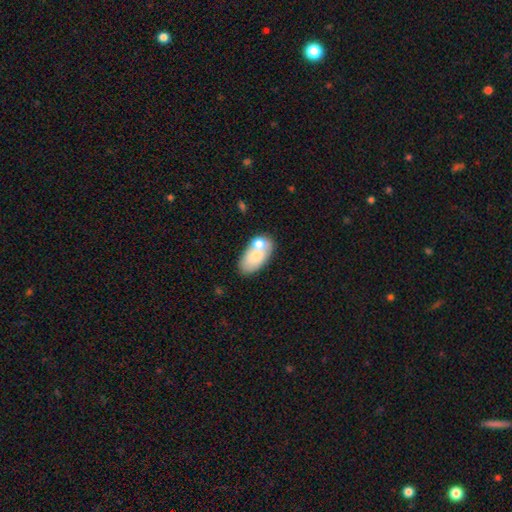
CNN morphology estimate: Smooth or featured? smooth (68%)
How rounded? in between (93%)
Merging? none (47%)